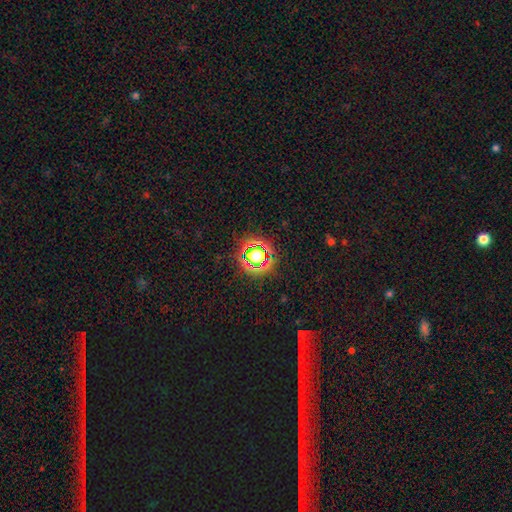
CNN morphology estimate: This is possibly a star or artifact rather than a galaxy (52%).